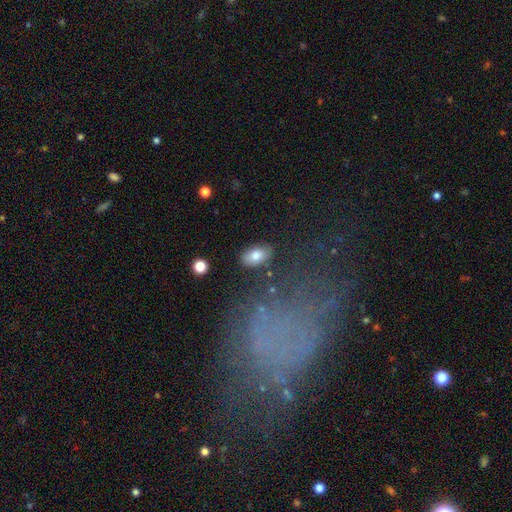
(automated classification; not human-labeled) Morphology: type=smooth (80%); roundness=in between (93%); merging=none (83%).